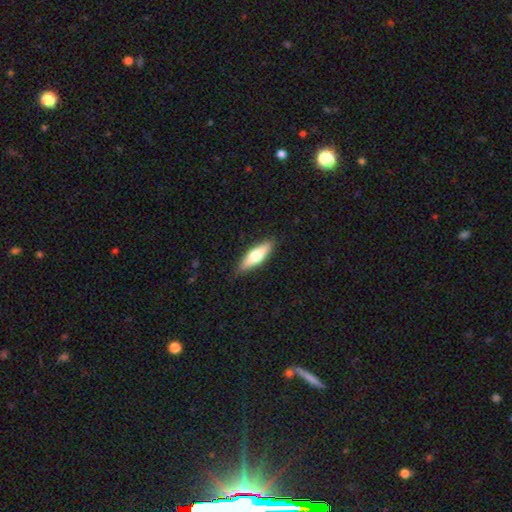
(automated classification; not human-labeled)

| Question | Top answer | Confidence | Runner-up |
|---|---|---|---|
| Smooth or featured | smooth | 59% | featured or disk (35%) |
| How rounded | cigar-shaped | 58% | in between (40%) |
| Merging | none | 87% | minor disturbance (10%) |